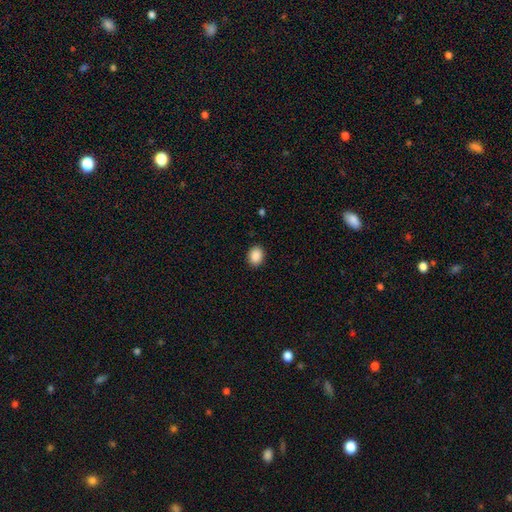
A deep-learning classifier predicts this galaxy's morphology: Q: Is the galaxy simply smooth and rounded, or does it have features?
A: smooth — 89%.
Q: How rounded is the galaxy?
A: in between — 53%.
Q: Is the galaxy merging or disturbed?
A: none — 90%.